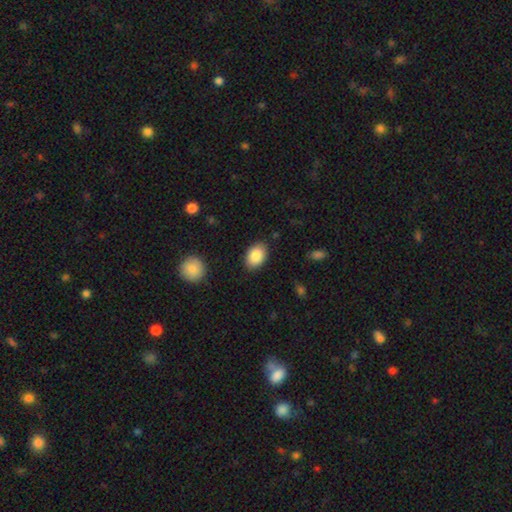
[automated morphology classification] smooth_or_featured: smooth (p=0.87) [alt: star or artifact p=0.07]
how_rounded: in between (p=0.86) [alt: round p=0.13]
merging: none (p=0.86) [alt: minor disturbance p=0.10]